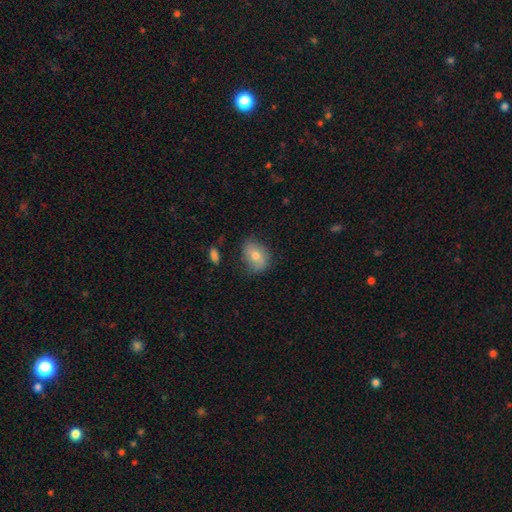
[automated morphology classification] Q: Smooth or featured?
A: smooth (74%); runner-up: featured or disk (18%)
Q: How rounded?
A: in between (62%); runner-up: round (36%)
Q: Merging?
A: none (70%); runner-up: minor disturbance (23%)